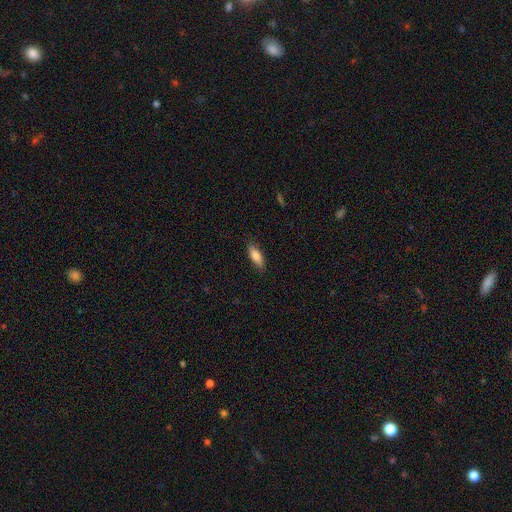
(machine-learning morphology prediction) type=smooth (81%); roundness=in between (62%); merging=none (85%).